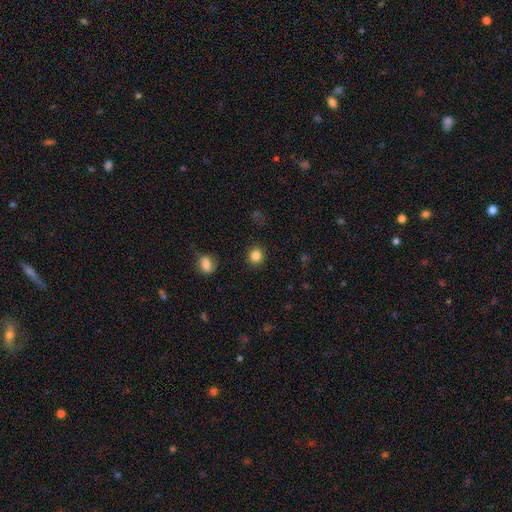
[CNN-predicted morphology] A smooth galaxy with no disk features (85%) that is round (88%).

Vote fractions:
- Smooth or featured? smooth: 85% / star or artifact: 11% / featured or disk: 4%
- How rounded? round: 88% / in between: 11% / cigar-shaped: 1%
- Merging? none: 90% / minor disturbance: 7% / major disturbance: 2% / merger: 1%